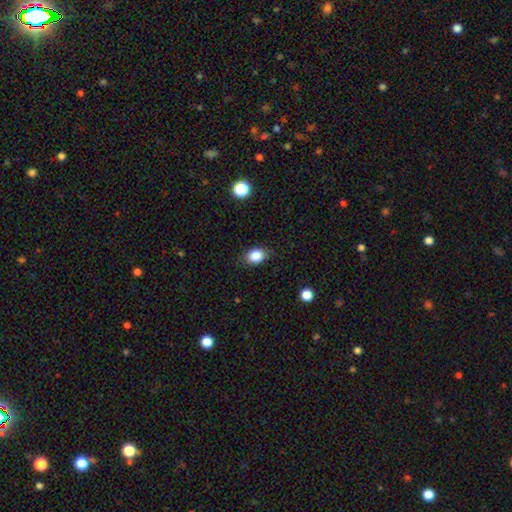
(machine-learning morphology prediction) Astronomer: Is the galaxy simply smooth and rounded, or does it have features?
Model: smooth — 85%.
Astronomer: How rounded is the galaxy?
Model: in between — 67%.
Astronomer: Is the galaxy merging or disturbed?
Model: none — 83%.